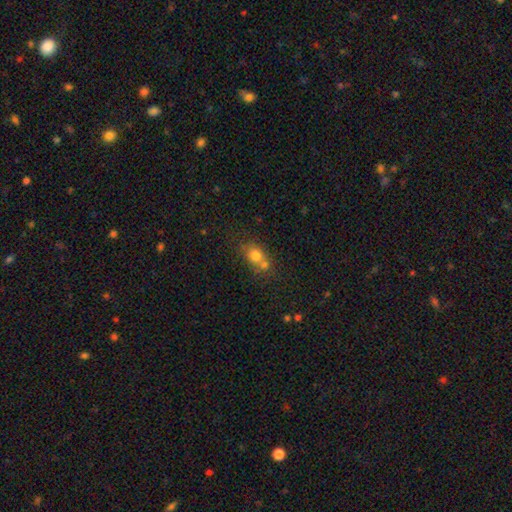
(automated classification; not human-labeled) Smooth or featured? smooth (74%)
How rounded? round (53%)
Merging? none (43%)